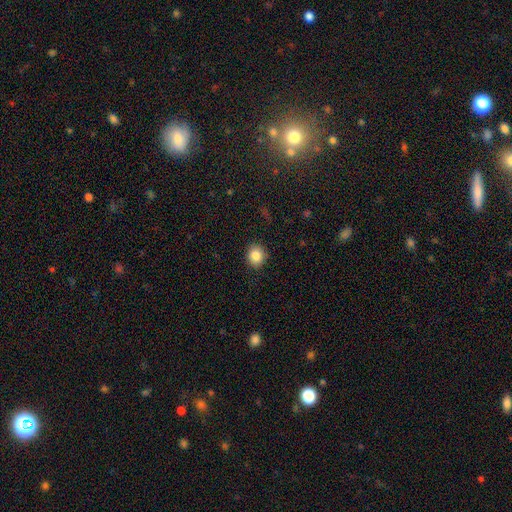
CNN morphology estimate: type=smooth (85%); roundness=round (73%); merging=none (90%).